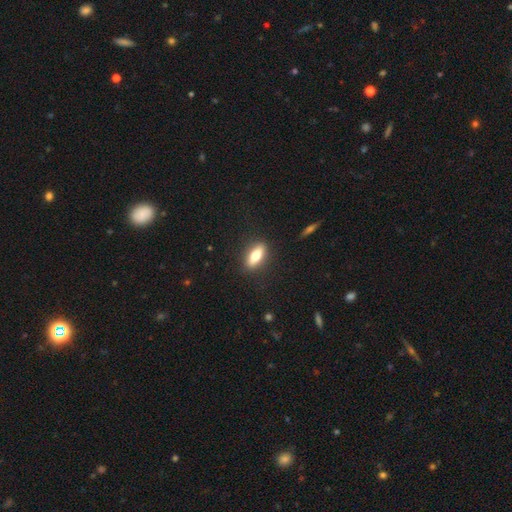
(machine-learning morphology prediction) Smooth or featured: smooth — 65% (featured or disk — 29%)
How rounded: in between — 66% (cigar-shaped — 30%)
Merging: none — 87% (minor disturbance — 9%)